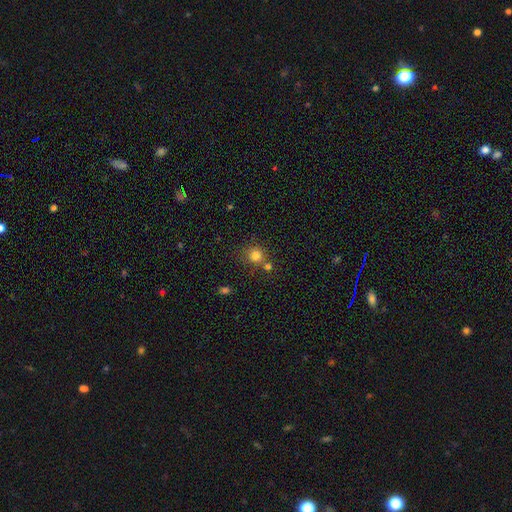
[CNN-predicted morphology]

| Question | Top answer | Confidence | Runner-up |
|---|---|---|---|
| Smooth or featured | smooth | 78% | star or artifact (14%) |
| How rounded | round | 87% | in between (12%) |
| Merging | none | 63% | merger (22%) |